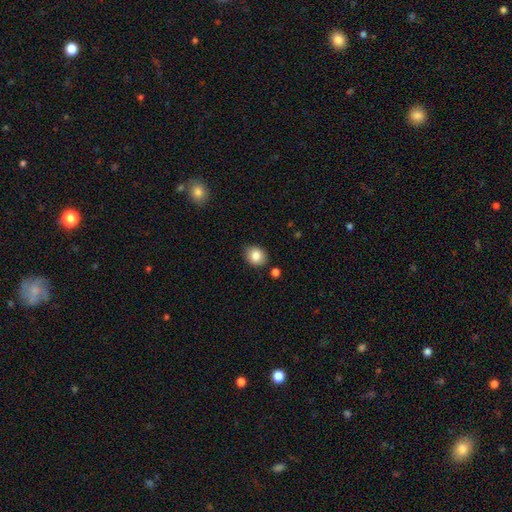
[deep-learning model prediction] Overall: smooth (85%). How rounded: round (60%; in between 39%). Merging: none (80%).